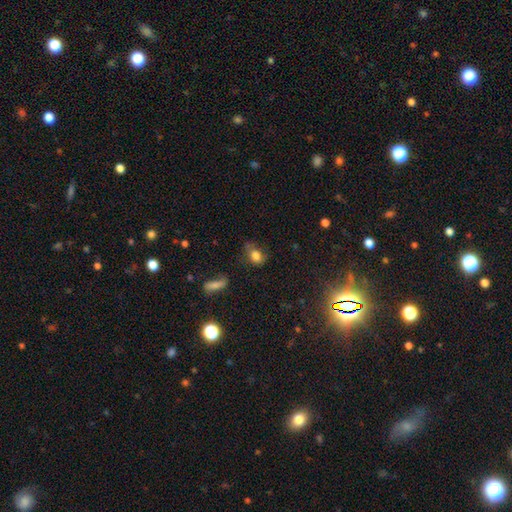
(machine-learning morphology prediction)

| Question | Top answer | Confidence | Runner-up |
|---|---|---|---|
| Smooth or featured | smooth | 78% | star or artifact (11%) |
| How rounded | in between | 63% | round (35%) |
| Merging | none | 50% | minor disturbance (30%) |